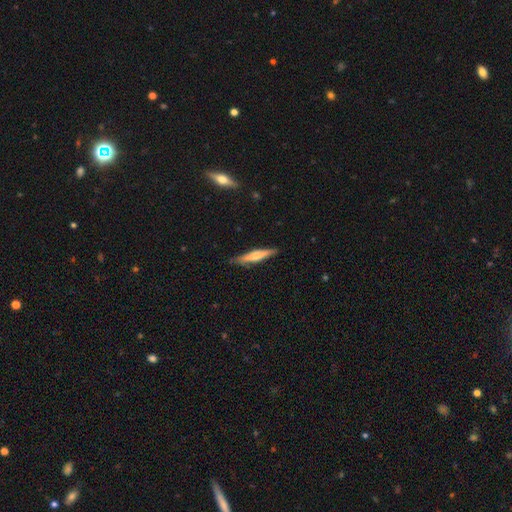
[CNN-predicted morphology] smooth 51%, featured or disk 43%, star or artifact 6%. Down the decision tree: how rounded — cigar-shaped (87%); merging — none (83%).